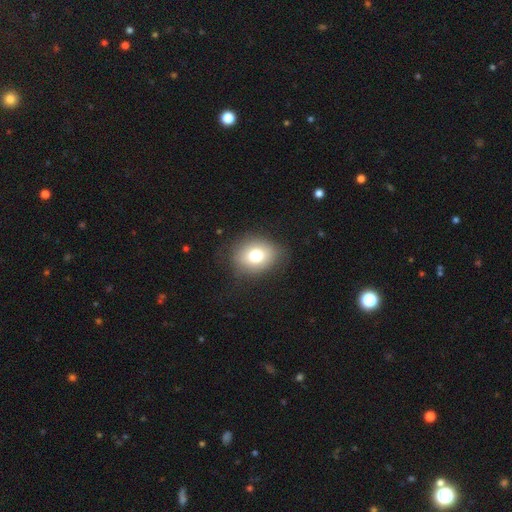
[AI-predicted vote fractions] This is likely a smooth galaxy (76%). How rounded: possibly round (54%). Merging: clearly none (81%).